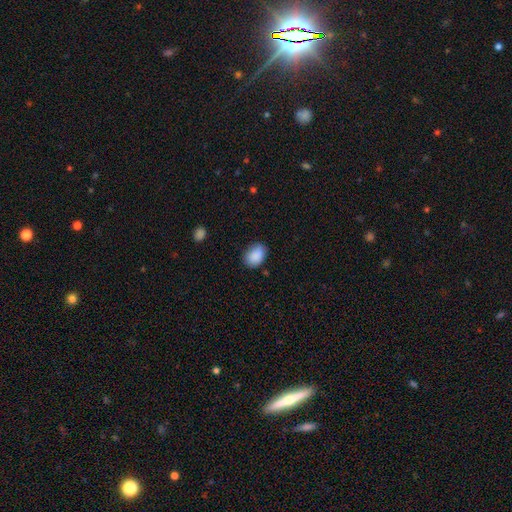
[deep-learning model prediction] The model was most divided on "merging": none: 76%, minor disturbance: 19%, major disturbance: 3%, merger: 2%. More confident: smooth or featured — smooth (89%); how rounded — in between (79%).